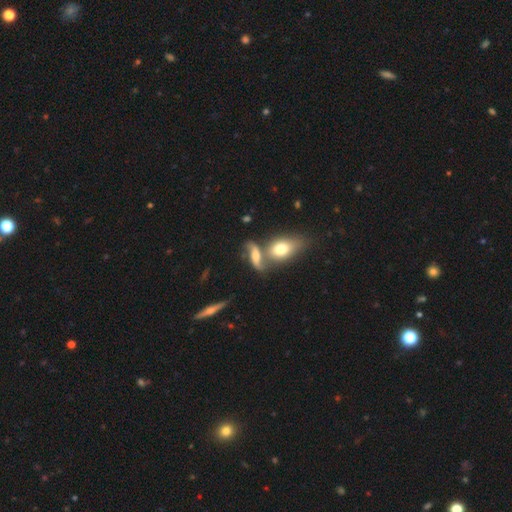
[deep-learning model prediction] Smooth or featured? Predicted: featured or disk (p=0.56). Edge-on disk? Predicted: no (p=0.80). Merging? Predicted: merger (p=0.41).